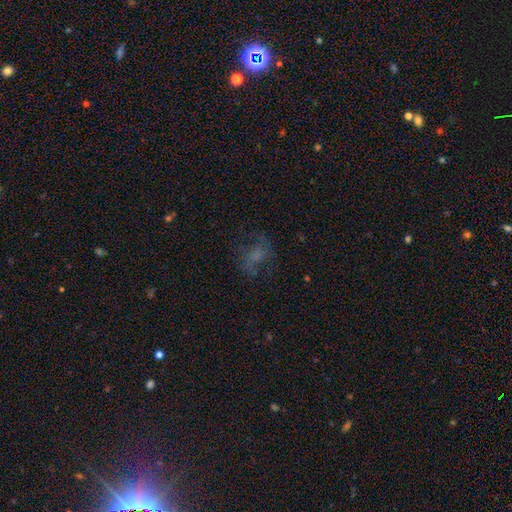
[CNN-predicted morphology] smooth_or_featured: featured or disk (p=0.42) [alt: smooth p=0.34]
merging: none (p=0.61) [alt: major disturbance p=0.19]